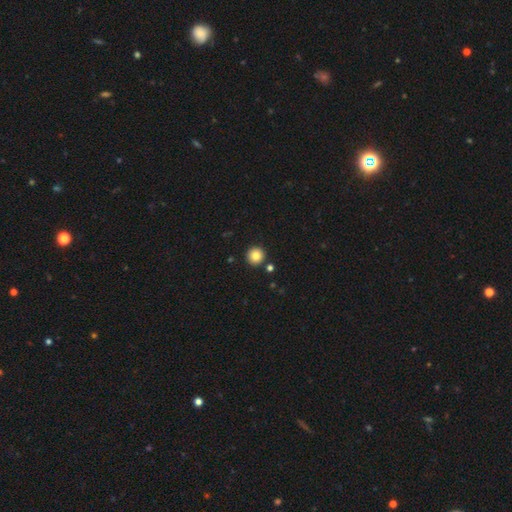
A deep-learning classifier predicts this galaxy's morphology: A smooth galaxy with no disk features (84%) that is round (96%). Merging: none (90%).